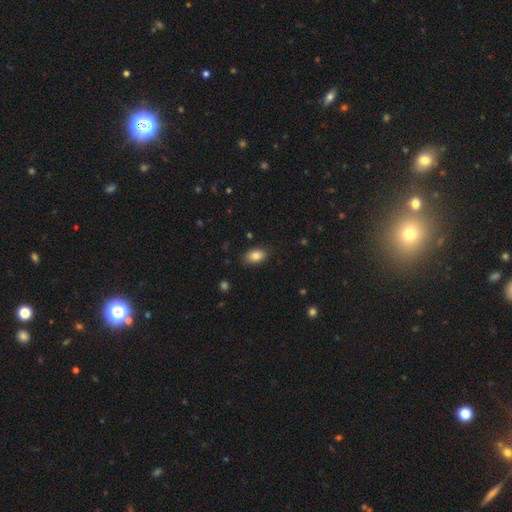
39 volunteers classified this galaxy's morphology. This is clearly a smooth galaxy (90%). How rounded: clearly in between (91%). Merging: clearly none (87%).